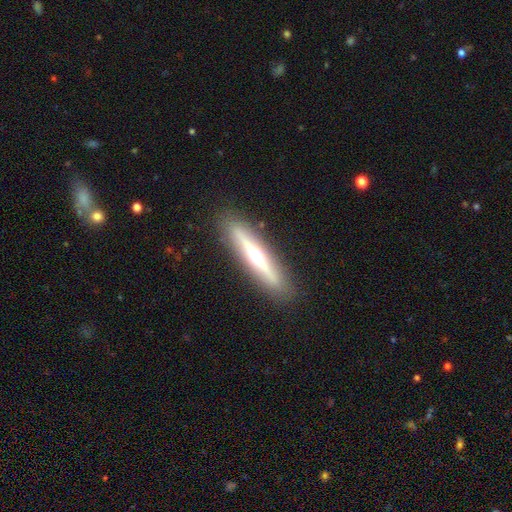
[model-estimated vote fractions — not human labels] Smooth or featured? Predicted: featured or disk (p=0.70). Edge-on disk? Predicted: yes (p=0.95). Edge-on bulge? Predicted: rounded (p=0.87). Merging? Predicted: none (p=0.89).